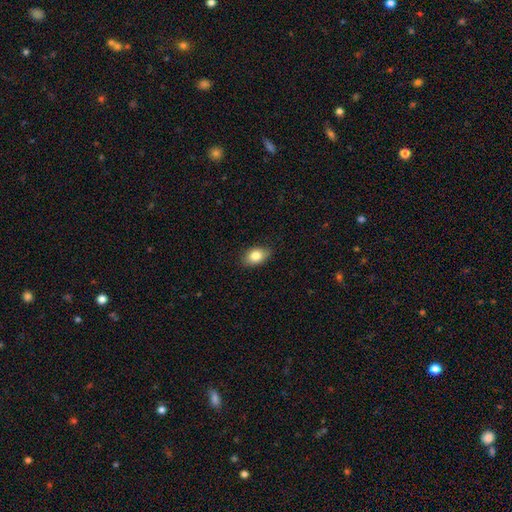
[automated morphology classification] smooth-or-featured: smooth: 83% | featured or disk: 9% | star or artifact: 8%
  how-rounded: in between: 85% | round: 14% | cigar-shaped: 1%
  merging: none: 85% | minor disturbance: 11% | major disturbance: 2% | merger: 1%